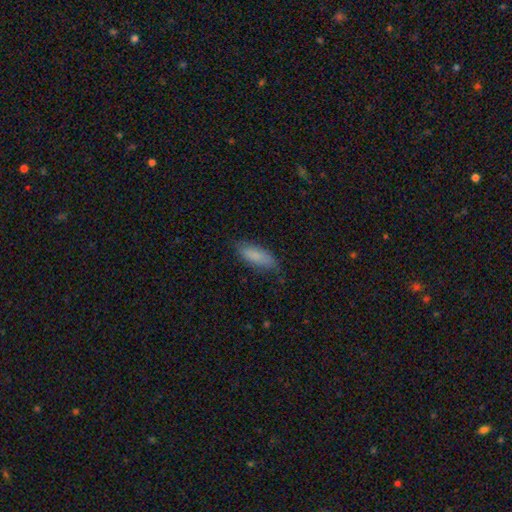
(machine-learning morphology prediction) Q: Smooth or featured?
A: smooth (83%); runner-up: featured or disk (11%)
Q: How rounded?
A: in between (69%); runner-up: cigar-shaped (30%)
Q: Merging?
A: none (74%); runner-up: minor disturbance (21%)